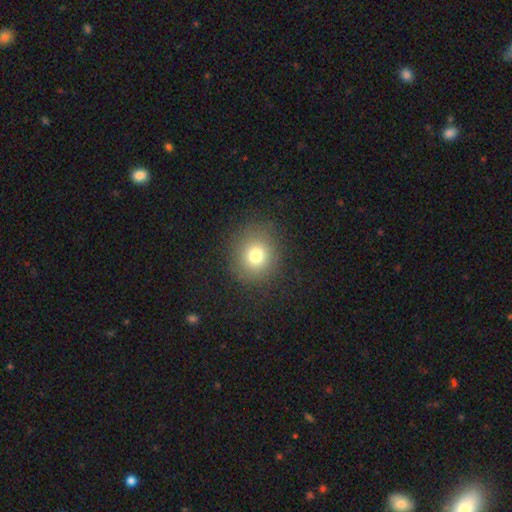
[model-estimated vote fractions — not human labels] This is likely a smooth galaxy (76%). How rounded: clearly round (87%). Merging: clearly none (87%).